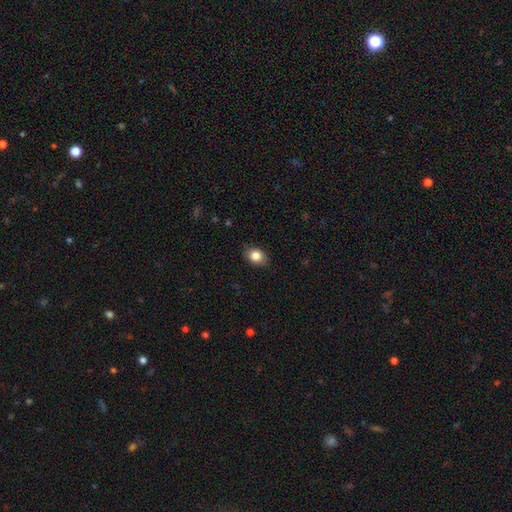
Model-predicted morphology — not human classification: Smooth or featured: smooth — 84% (star or artifact — 8%)
How rounded: in between — 68% (round — 31%)
Merging: none — 82% (minor disturbance — 14%)